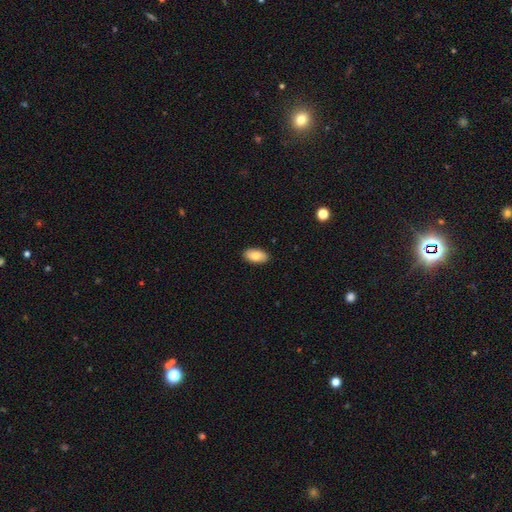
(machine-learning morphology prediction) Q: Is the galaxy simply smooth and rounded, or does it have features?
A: smooth — 82%.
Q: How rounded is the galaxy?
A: in between — 94%.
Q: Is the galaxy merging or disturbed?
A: none — 89%.